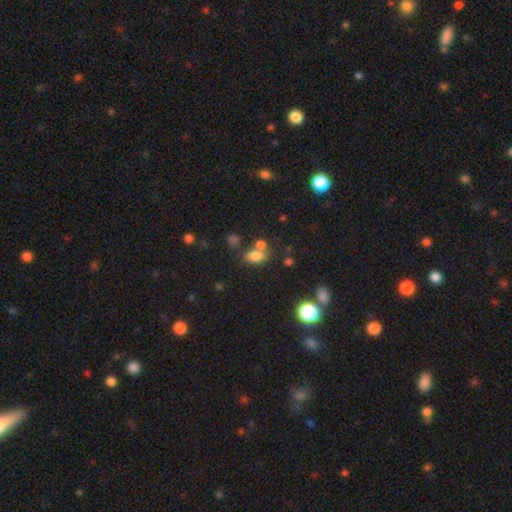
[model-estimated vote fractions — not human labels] Smooth or featured? Predicted: smooth (p=0.77). How rounded? Predicted: in between (p=0.80). Merging? Predicted: none (p=0.48).